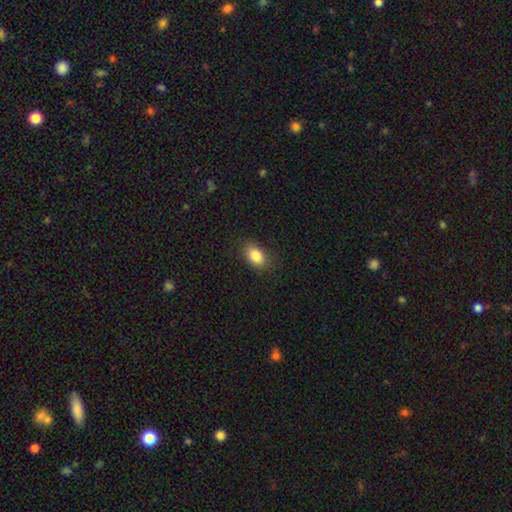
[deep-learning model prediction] Smooth or featured? Predicted: smooth (p=0.85). How rounded? Predicted: in between (p=0.86). Merging? Predicted: none (p=0.83).